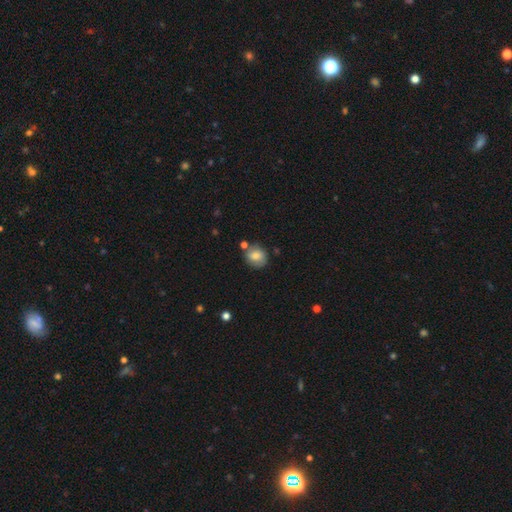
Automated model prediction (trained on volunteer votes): A smooth galaxy with no disk features (77%) that is round (74%).

Vote fractions:
- Smooth or featured? smooth: 77% / featured or disk: 14% / star or artifact: 9%
- How rounded? round: 74% / in between: 25% / cigar-shaped: 1%
- Merging? none: 71% / minor disturbance: 16% / merger: 9% / major disturbance: 4%